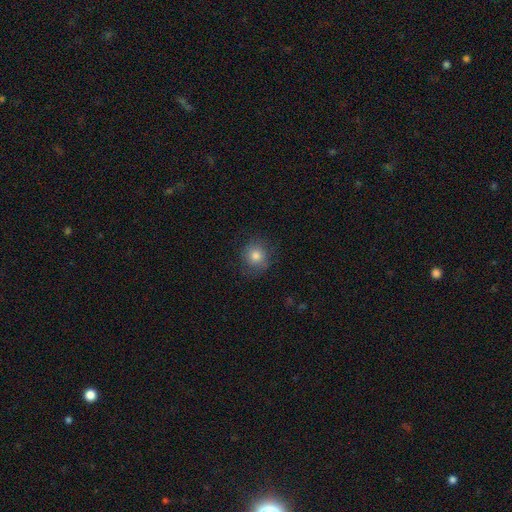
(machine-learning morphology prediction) Smooth or featured: smooth — 81% (star or artifact — 10%)
How rounded: round — 89% (in between — 10%)
Merging: none — 81% (minor disturbance — 14%)